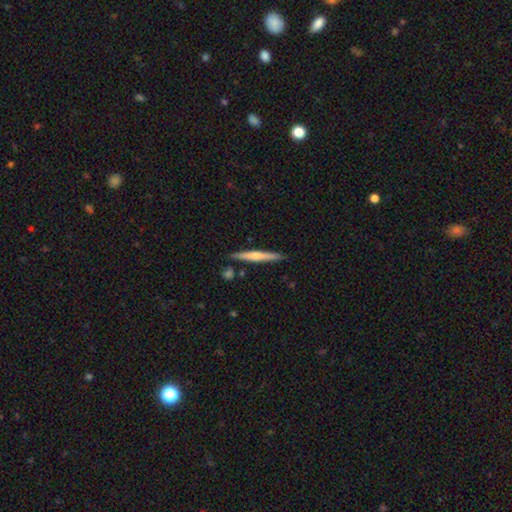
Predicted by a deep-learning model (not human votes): Smooth or featured? Predicted: featured or disk (p=0.60). Edge-on disk? Predicted: yes (p=0.98). Edge-on bulge? Predicted: rounded (p=0.73). Merging? Predicted: none (p=0.88).